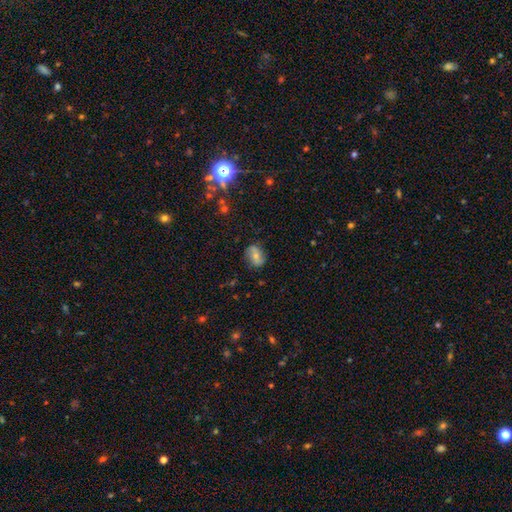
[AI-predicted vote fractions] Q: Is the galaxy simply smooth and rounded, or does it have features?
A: smooth — 48%.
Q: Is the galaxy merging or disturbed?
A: none — 76%.